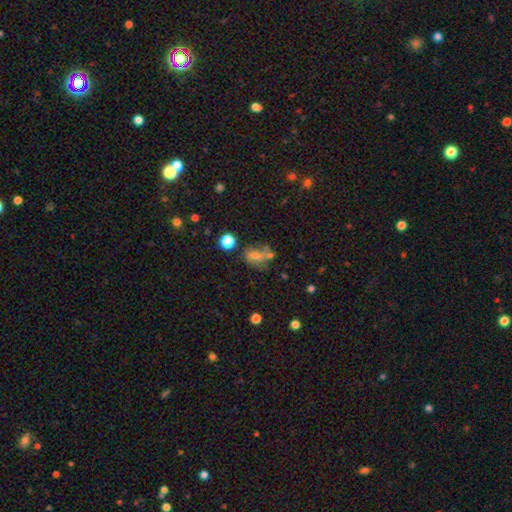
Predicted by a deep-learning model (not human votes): This appears to be a smooth galaxy with no disk features (58%) that is in between round and cigar-shaped (65%). Merging: none (39%).